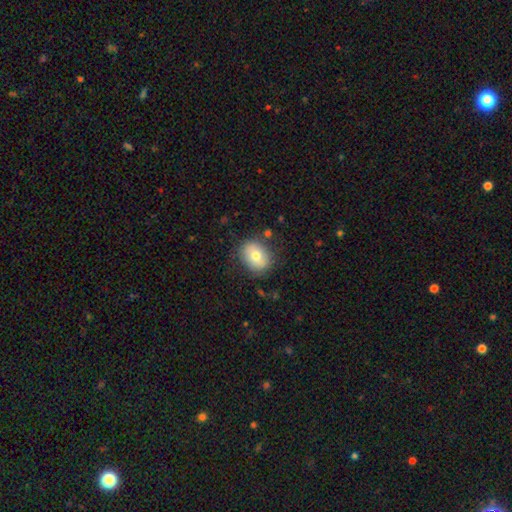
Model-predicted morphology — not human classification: Overall: smooth (72%). How rounded: in between (55%; round 44%). Merging: none (78%).